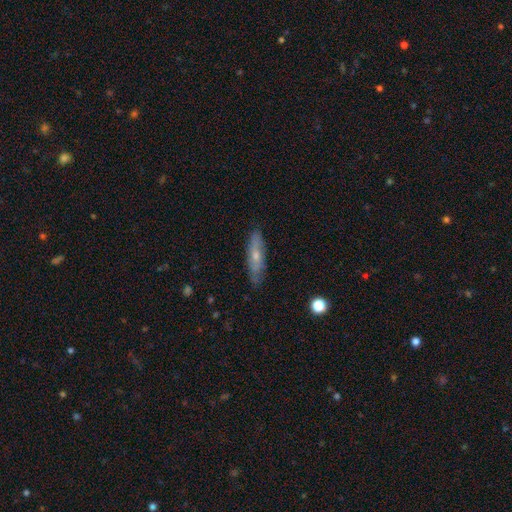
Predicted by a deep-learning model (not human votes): smooth-or-featured: smooth: 49% | featured or disk: 44% | star or artifact: 7%
  merging: none: 81% | minor disturbance: 15% | major disturbance: 3% | merger: 1%